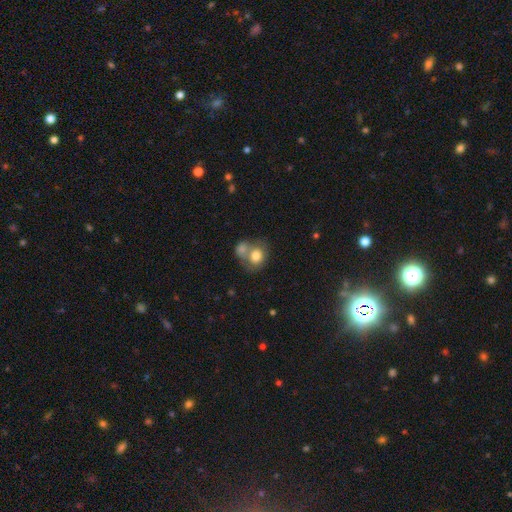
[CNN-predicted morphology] Overall: smooth (79%). How rounded: round (61%; in between 38%). Merging: merger (55%; none 29%).